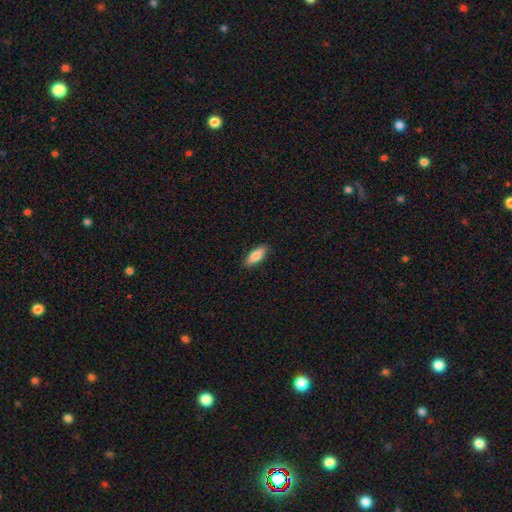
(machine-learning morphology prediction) type=smooth (83%); roundness=in between (76%); merging=none (88%).